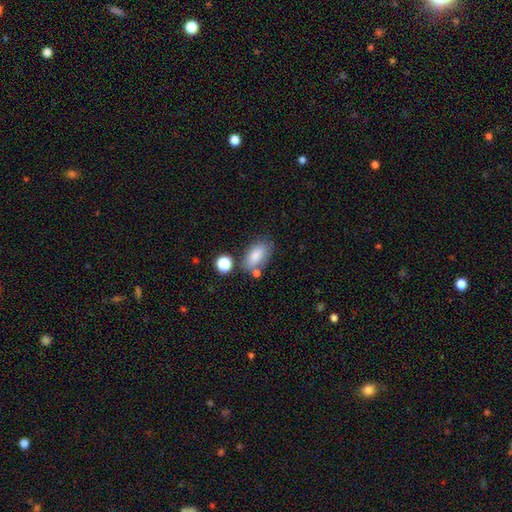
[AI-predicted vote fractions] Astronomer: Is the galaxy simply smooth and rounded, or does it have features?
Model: smooth — 82%.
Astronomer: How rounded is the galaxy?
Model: in between — 90%.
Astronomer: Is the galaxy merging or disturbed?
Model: none — 64%.